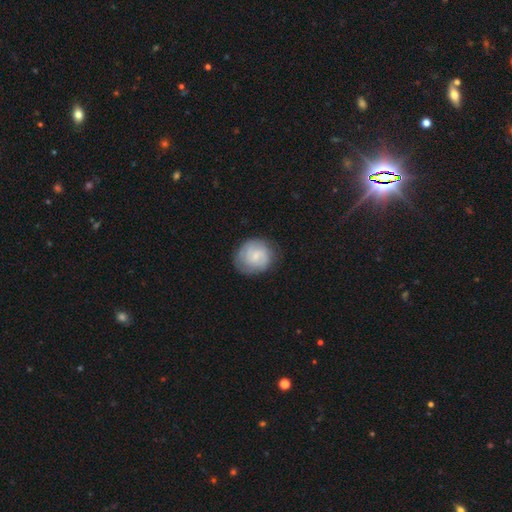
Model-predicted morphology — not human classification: featured or disk 48%, smooth 45%, star or artifact 7%. Down the decision tree: merging — none (75%).